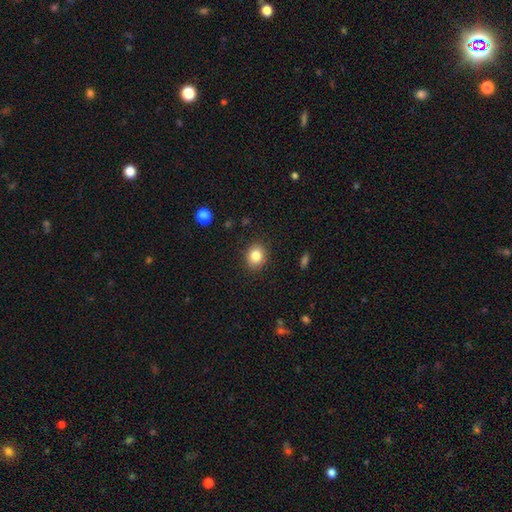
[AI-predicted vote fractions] smooth-or-featured: smooth: 83% | star or artifact: 10% | featured or disk: 6%
  how-rounded: round: 65% | in between: 34% | cigar-shaped: 1%
  merging: none: 88% | minor disturbance: 8% | major disturbance: 2% | merger: 1%